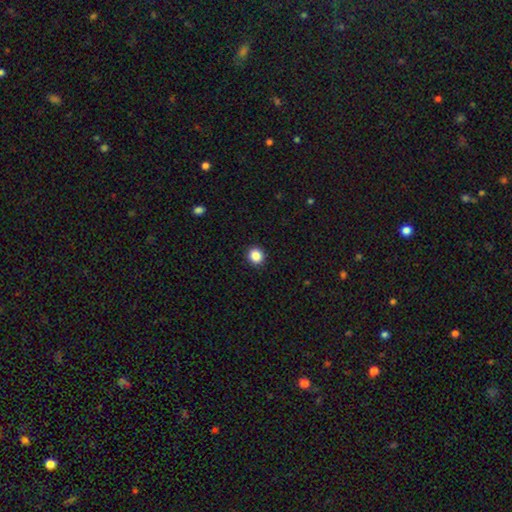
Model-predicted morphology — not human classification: smooth_or_featured: smooth (p=0.87) [alt: star or artifact p=0.10]
how_rounded: round (p=0.89) [alt: in between p=0.10]
merging: none (p=0.93) [alt: minor disturbance p=0.05]